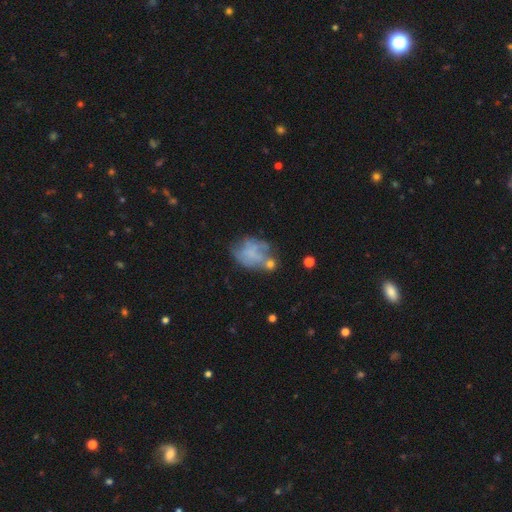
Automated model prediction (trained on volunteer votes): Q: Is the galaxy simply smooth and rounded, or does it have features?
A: smooth — 44%.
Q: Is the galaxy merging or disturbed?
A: none — 46%.